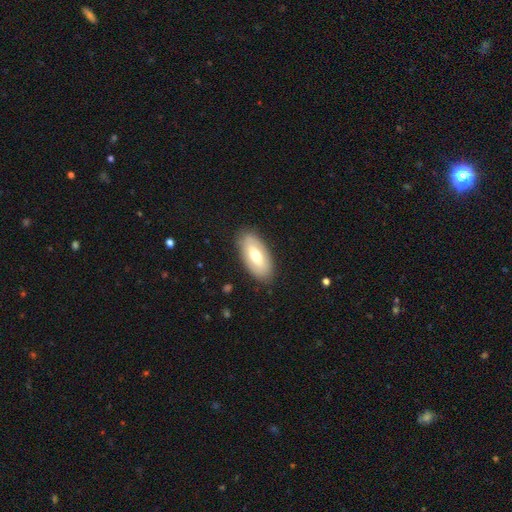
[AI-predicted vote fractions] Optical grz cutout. It shows a smooth galaxy with no disk features (58%) that is in between round and cigar-shaped (92%). Merging: none (86%).